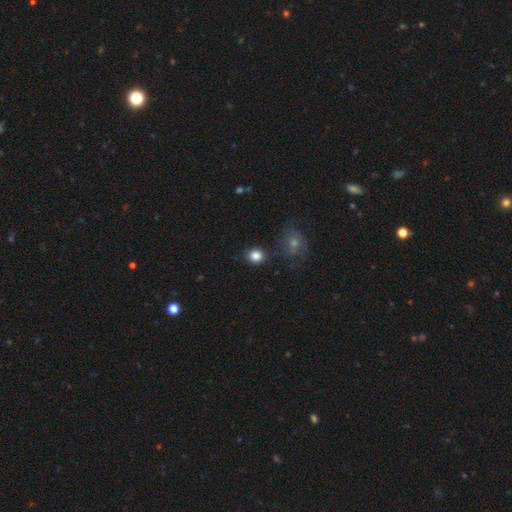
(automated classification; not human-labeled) This appears to be a smooth galaxy with no disk features (85%) that is round (81%). Merging: none (81%).